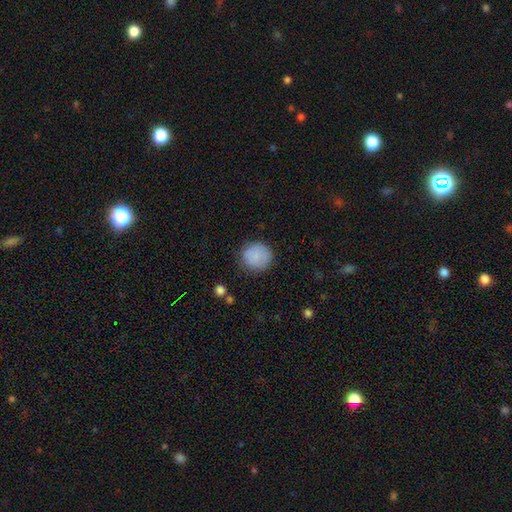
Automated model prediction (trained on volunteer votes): Smooth or featured? Predicted: smooth (p=0.86). How rounded? Predicted: round (p=0.91). Merging? Predicted: none (p=0.82).